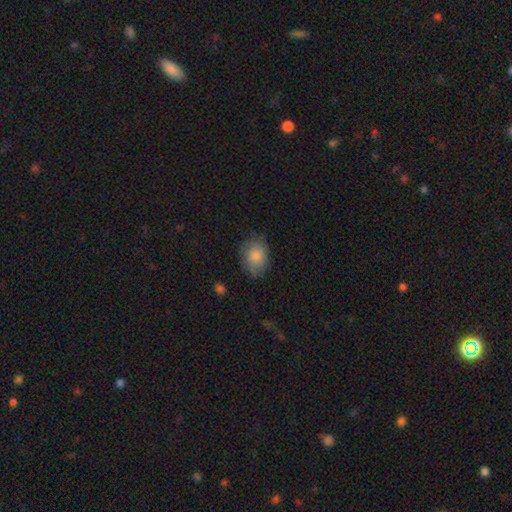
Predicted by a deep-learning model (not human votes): Smooth or featured? smooth (77%)
How rounded? in between (69%)
Merging? none (72%)